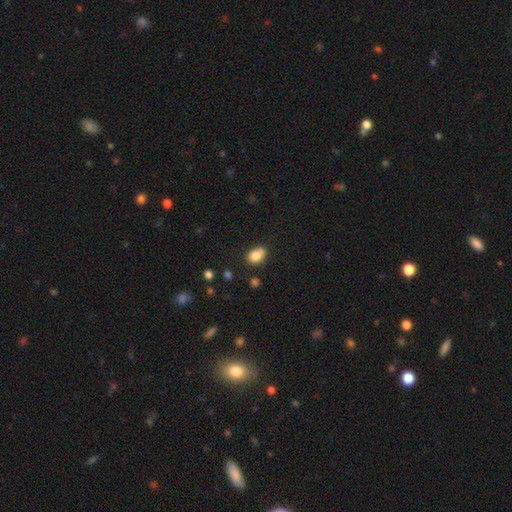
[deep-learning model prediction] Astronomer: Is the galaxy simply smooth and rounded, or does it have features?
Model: smooth — 83%.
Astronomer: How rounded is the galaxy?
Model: in between — 70%.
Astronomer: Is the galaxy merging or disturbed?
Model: none — 60%.